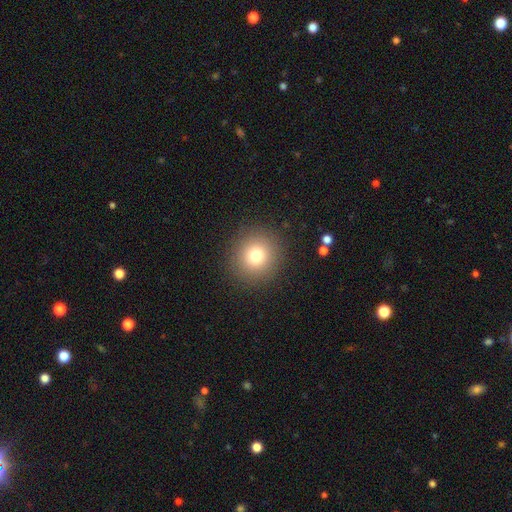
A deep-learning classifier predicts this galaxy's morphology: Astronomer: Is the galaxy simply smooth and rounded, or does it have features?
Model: smooth — 77%.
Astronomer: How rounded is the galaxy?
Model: round — 93%.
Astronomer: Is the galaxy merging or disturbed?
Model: none — 91%.